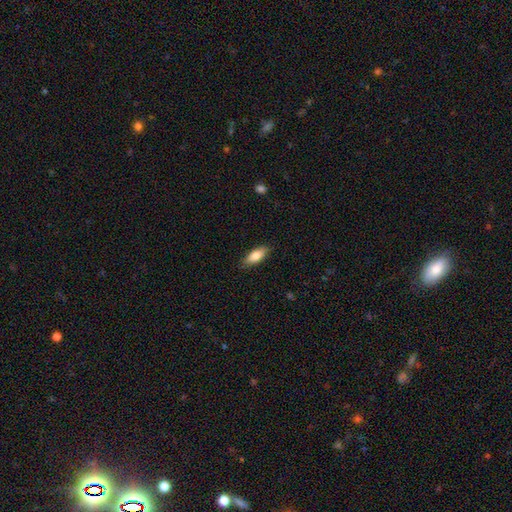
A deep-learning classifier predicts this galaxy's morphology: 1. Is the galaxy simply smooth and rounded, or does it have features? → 78% smooth, 15% featured or disk, 6% star or artifact.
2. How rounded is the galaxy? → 71% in between, 26% cigar-shaped, 2% round.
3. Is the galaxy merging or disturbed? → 86% none, 11% minor disturbance, 2% major disturbance, 1% merger.